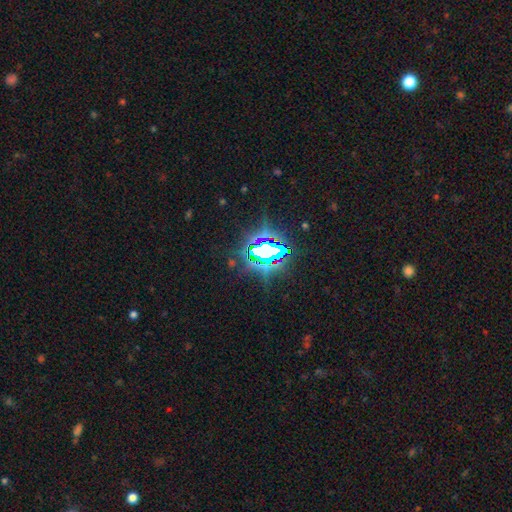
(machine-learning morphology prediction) The model was most divided on "smooth or featured": star or artifact: 81%, smooth: 10%, featured or disk: 9%.